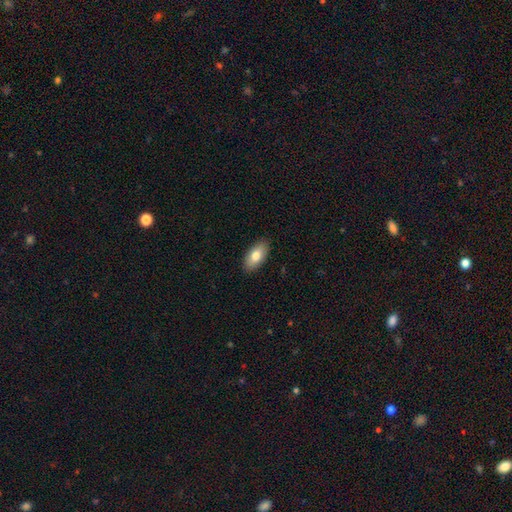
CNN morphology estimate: smooth-or-featured: smooth: 79% | featured or disk: 14% | star or artifact: 6%
  how-rounded: in between: 92% | cigar-shaped: 5% | round: 3%
  merging: none: 89% | minor disturbance: 8% | major disturbance: 2% | merger: 1%